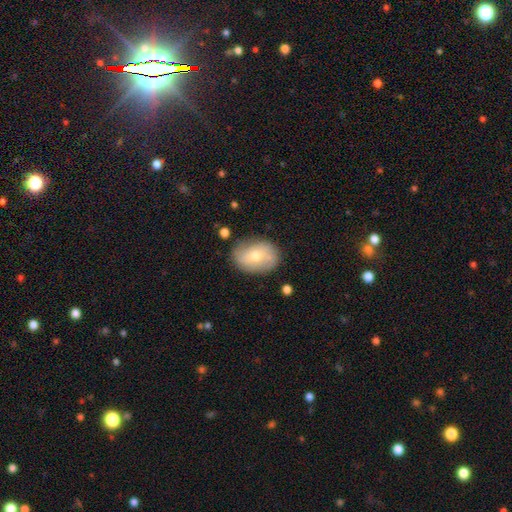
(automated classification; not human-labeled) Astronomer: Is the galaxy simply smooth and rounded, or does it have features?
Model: smooth — 54% (runner-up: featured or disk, 38%).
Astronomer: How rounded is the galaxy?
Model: in between — 78%.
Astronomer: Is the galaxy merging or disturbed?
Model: none — 79%.